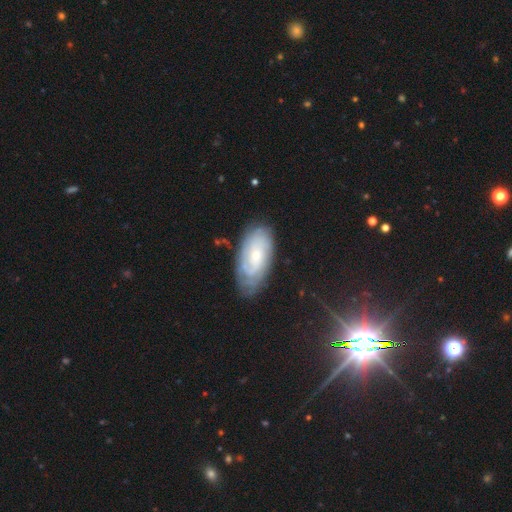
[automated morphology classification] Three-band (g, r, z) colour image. It shows a featured or disk galaxy (72%) with no bar (71%), tight (73%) spiral arms (90%) and a small central bulge (65%). Merging: none (75%).